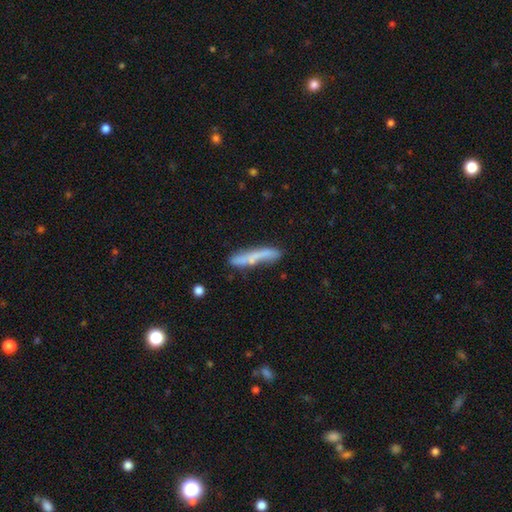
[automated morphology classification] A smooth galaxy with no disk features (54%) that is cigar-shaped (92%).

Vote fractions:
- Smooth or featured? smooth: 54% / featured or disk: 39% / star or artifact: 8%
- How rounded? cigar-shaped: 92% / in between: 6% / round: 2%
- Merging? none: 67% / minor disturbance: 21% / merger: 6% / major disturbance: 5%